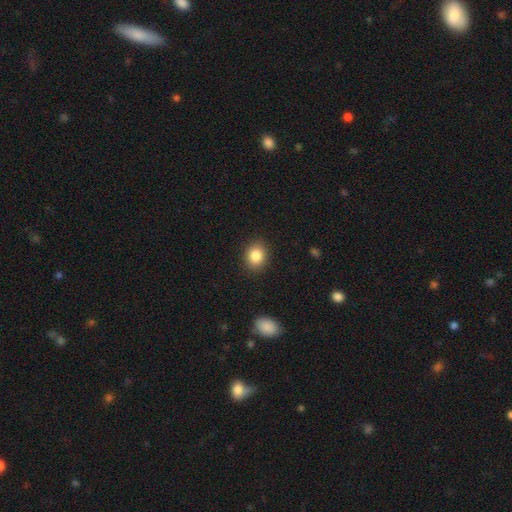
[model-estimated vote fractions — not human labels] smooth_or_featured: smooth (p=0.85) [alt: star or artifact p=0.09]
how_rounded: round (p=0.60) [alt: in between p=0.39]
merging: none (p=0.89) [alt: minor disturbance p=0.08]